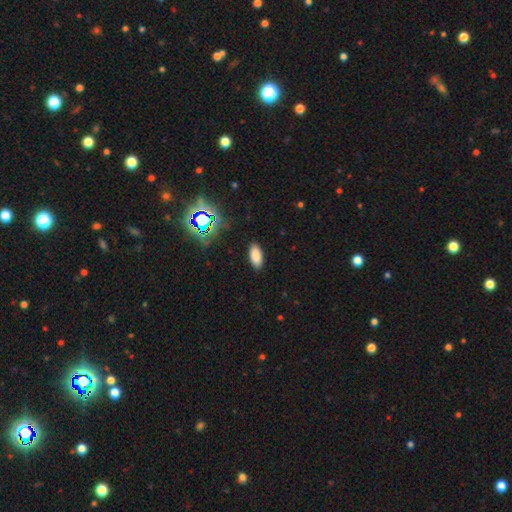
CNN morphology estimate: Smooth or featured? smooth (82%)
How rounded? in between (89%)
Merging? none (89%)